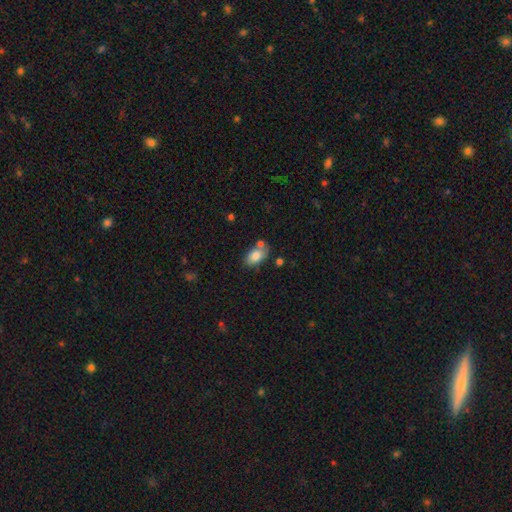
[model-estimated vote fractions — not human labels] Smooth or featured: smooth — 82% (featured or disk — 11%)
How rounded: in between — 90% (round — 8%)
Merging: none — 64% (minor disturbance — 16%)